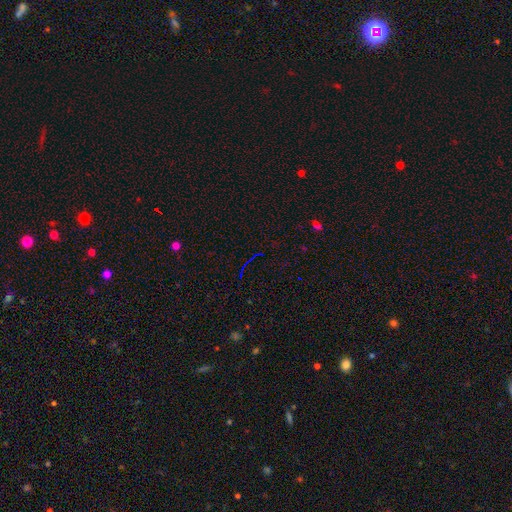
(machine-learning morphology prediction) Smooth or featured? Predicted: star or artifact (p=0.75).